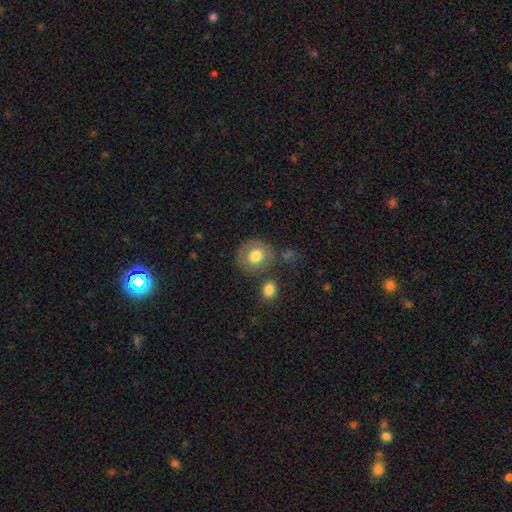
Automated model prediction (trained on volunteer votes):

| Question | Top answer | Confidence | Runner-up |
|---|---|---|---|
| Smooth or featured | smooth | 76% | featured or disk (16%) |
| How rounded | round | 84% | in between (15%) |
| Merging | none | 72% | minor disturbance (14%) |